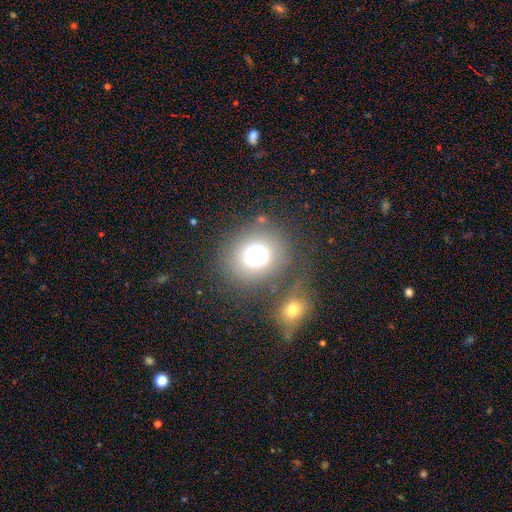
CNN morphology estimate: A smooth galaxy with no disk features (66%) that is round (83%).

Vote fractions:
- Smooth or featured? smooth: 66% / star or artifact: 21% / featured or disk: 13%
- How rounded? round: 83% / in between: 16% / cigar-shaped: 1%
- Merging? none: 64% / merger: 16% / minor disturbance: 12% / major disturbance: 9%